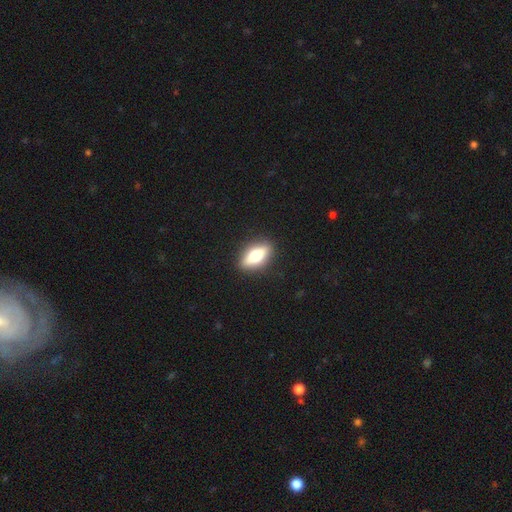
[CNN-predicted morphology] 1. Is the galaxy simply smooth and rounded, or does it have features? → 54% smooth, 38% featured or disk, 7% star or artifact.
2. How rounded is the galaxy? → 72% in between, 23% cigar-shaped, 6% round.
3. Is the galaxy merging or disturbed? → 89% none, 8% minor disturbance, 2% major disturbance, 1% merger.